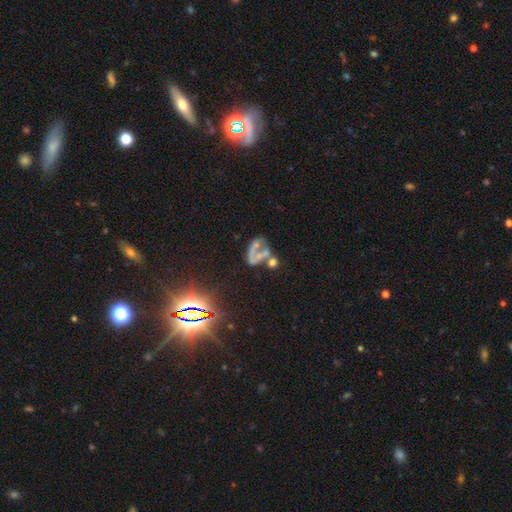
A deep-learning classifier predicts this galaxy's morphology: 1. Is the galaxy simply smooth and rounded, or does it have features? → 47% featured or disk, 31% smooth, 21% star or artifact.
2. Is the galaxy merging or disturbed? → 37% merger, 28% major disturbance, 22% none, 13% minor disturbance.